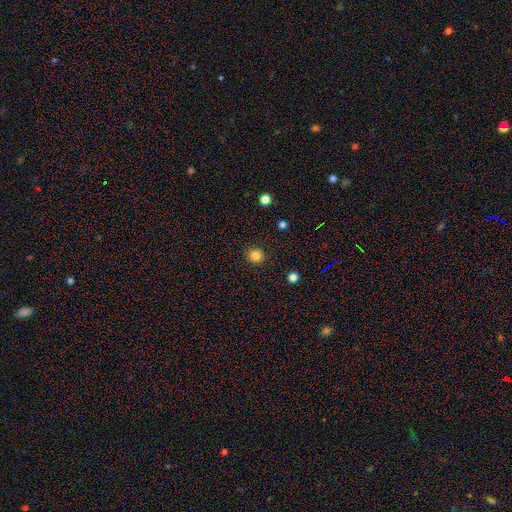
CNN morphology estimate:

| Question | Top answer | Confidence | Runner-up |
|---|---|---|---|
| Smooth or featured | smooth | 83% | star or artifact (12%) |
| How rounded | round | 90% | in between (9%) |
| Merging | none | 91% | minor disturbance (6%) |